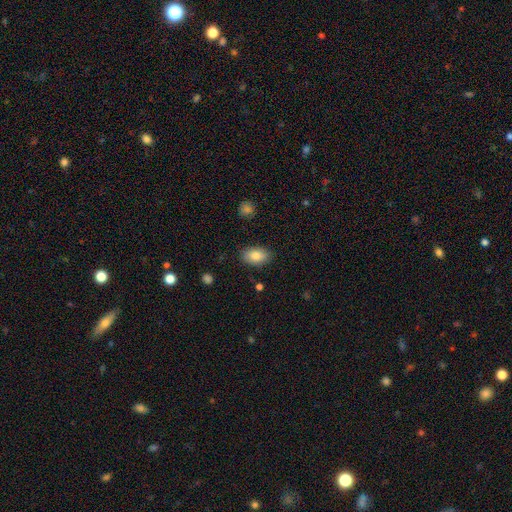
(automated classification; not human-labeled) This appears to be a smooth galaxy with no disk features (84%) that is in between round and cigar-shaped (91%). Merging: none (86%).